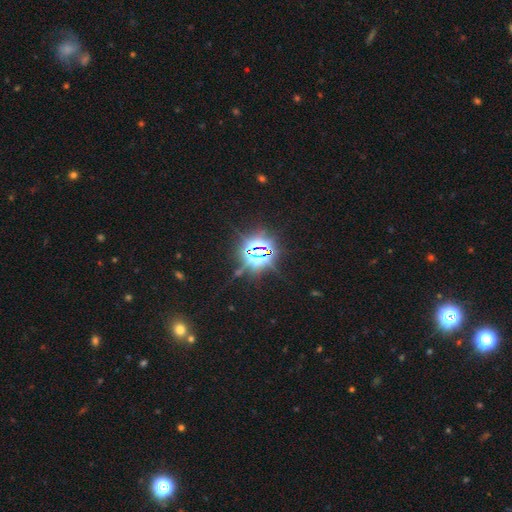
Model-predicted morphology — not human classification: type=star or artifact (82%).